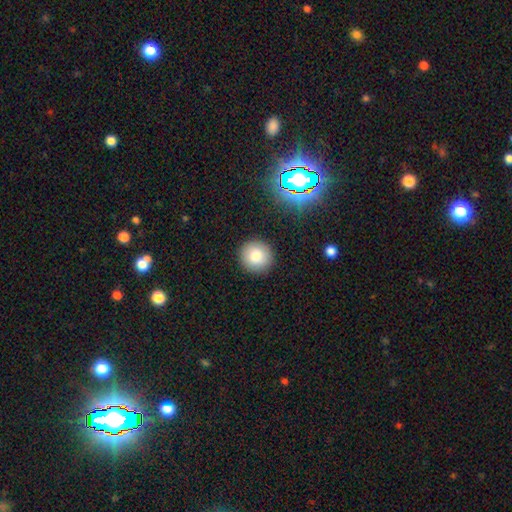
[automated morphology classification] smooth-or-featured: smooth: 79% | star or artifact: 12% | featured or disk: 10%
  how-rounded: round: 93% | in between: 6% | cigar-shaped: 1%
  merging: none: 91% | minor disturbance: 6% | major disturbance: 2% | merger: 1%